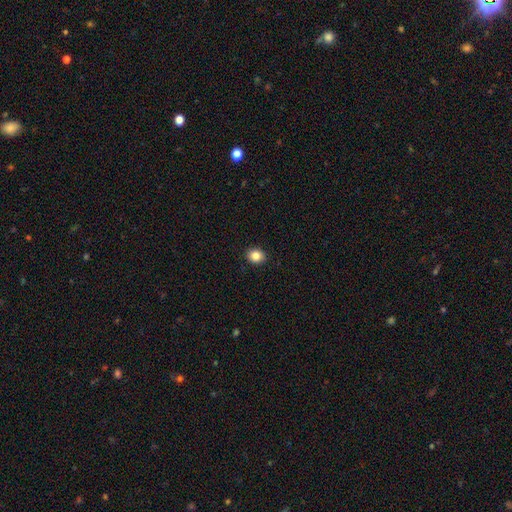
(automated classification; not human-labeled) A smooth galaxy with no disk features (86%) that is round (59%).

Vote fractions:
- Smooth or featured? smooth: 86% / star or artifact: 9% / featured or disk: 5%
- How rounded? round: 59% / in between: 40% / cigar-shaped: 1%
- Merging? none: 91% / minor disturbance: 6% / major disturbance: 2% / merger: 1%